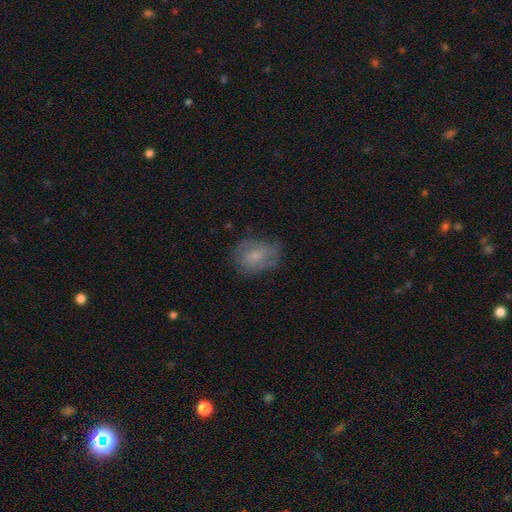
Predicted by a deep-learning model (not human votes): This appears to be a smooth galaxy with no disk features (59%) that is in between round and cigar-shaped (62%). Merging: none (65%).